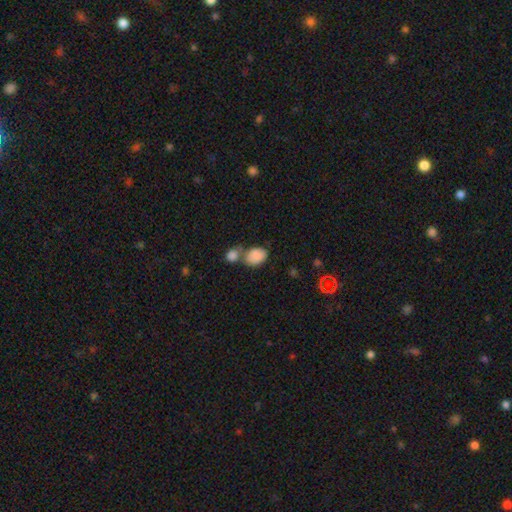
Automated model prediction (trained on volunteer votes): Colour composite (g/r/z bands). It shows a smooth galaxy with no disk features (85%) that is in between round and cigar-shaped (76%). Merging: merger (48%).